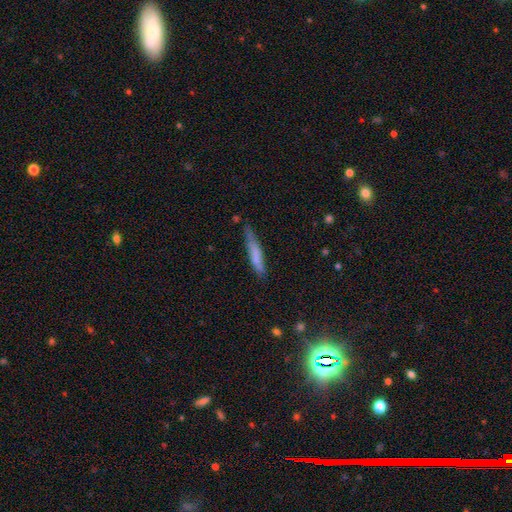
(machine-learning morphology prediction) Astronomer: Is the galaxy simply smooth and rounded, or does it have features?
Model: smooth — 71%.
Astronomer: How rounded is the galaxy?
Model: cigar-shaped — 90%.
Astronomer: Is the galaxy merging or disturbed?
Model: none — 61%.